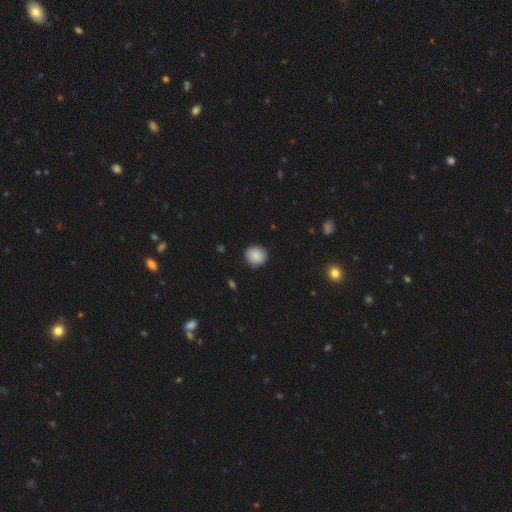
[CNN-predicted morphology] smooth 88%, star or artifact 8%, featured or disk 4%. Down the decision tree: how rounded — round (81%); merging — none (89%).